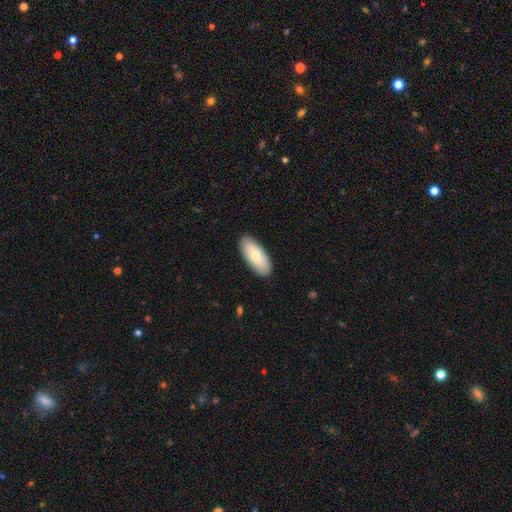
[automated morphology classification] Smooth or featured?
  - smooth: 71% *
  - featured or disk: 24%
  - star or artifact: 5%
How rounded?
  - in between: 85% *
  - cigar-shaped: 13%
  - round: 2%
Merging?
  - none: 88% *
  - minor disturbance: 9%
  - major disturbance: 2%
  - merger: 1%